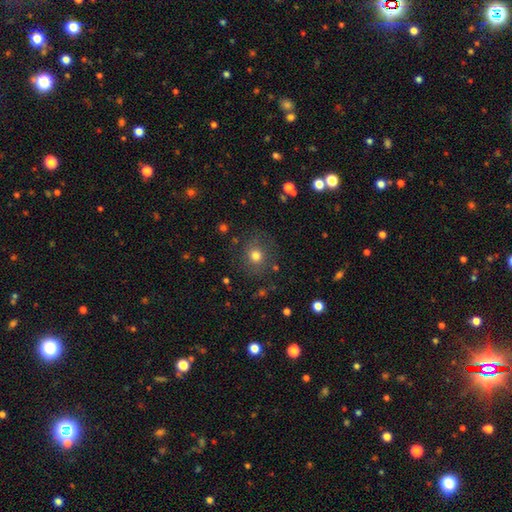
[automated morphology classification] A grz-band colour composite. It shows a smooth galaxy with no disk features (72%) that is round (85%). Merging: none (81%).